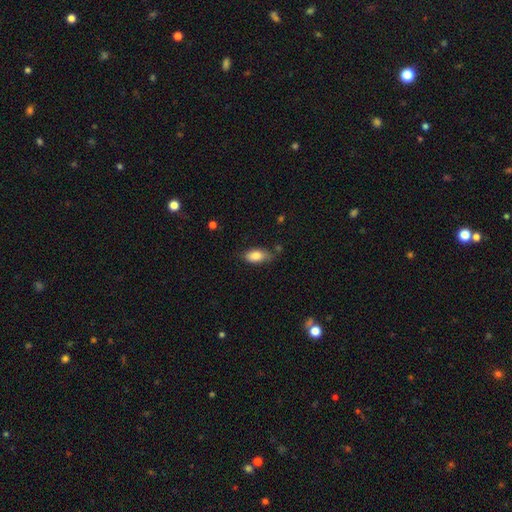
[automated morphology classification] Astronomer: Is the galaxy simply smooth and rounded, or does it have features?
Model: smooth — 81%.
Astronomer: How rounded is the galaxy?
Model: in between — 88%.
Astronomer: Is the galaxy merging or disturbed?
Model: none — 66%.